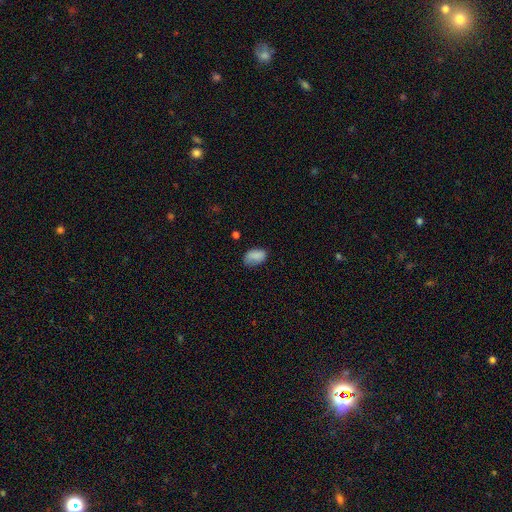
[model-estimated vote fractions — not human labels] This is clearly a smooth galaxy (85%). How rounded: clearly in between (89%). Merging: likely none (61%).